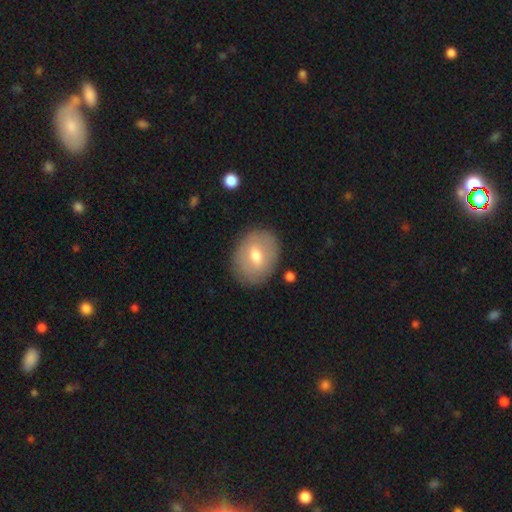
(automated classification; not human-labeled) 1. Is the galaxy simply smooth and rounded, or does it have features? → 59% smooth, 34% featured or disk, 7% star or artifact.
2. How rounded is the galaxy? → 53% in between, 46% round, 1% cigar-shaped.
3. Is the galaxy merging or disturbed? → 83% none, 12% minor disturbance, 4% major disturbance, 2% merger.